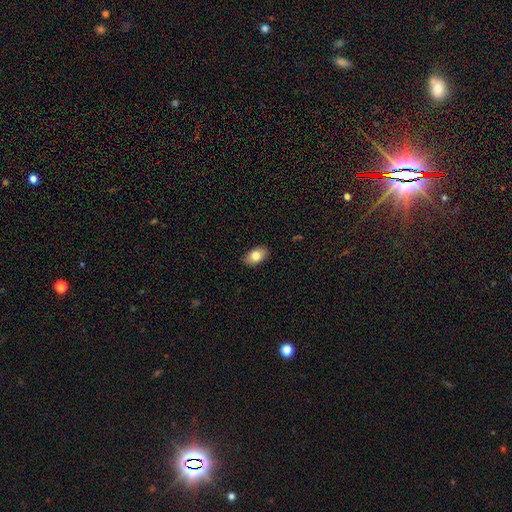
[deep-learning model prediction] smooth 81%, featured or disk 12%, star or artifact 8%. Down the decision tree: how rounded — in between (90%); merging — none (87%).